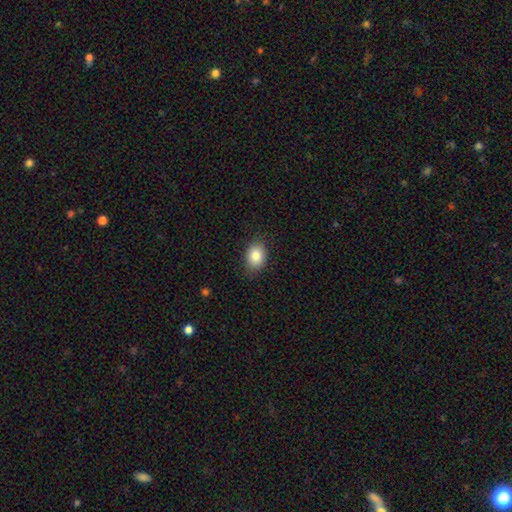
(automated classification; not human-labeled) Smooth or featured?
  - smooth: 84% *
  - star or artifact: 9%
  - featured or disk: 7%
How rounded?
  - in between: 69% *
  - round: 31%
  - cigar-shaped: 1%
Merging?
  - none: 85% *
  - minor disturbance: 11%
  - major disturbance: 3%
  - merger: 1%